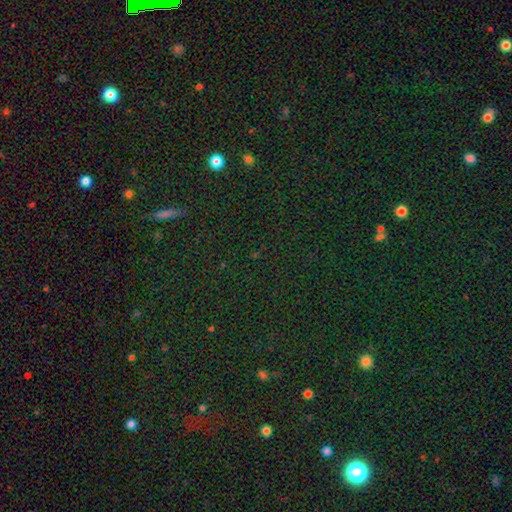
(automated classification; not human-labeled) A star or artifact, not a galaxy (75%).